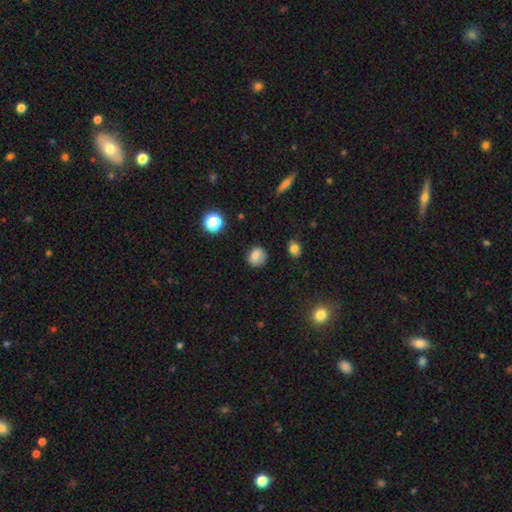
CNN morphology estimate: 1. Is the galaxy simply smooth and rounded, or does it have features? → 79% smooth, 12% star or artifact, 8% featured or disk.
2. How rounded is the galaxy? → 75% round, 24% in between, 1% cigar-shaped.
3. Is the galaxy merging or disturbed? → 75% none, 18% minor disturbance, 5% major disturbance, 2% merger.